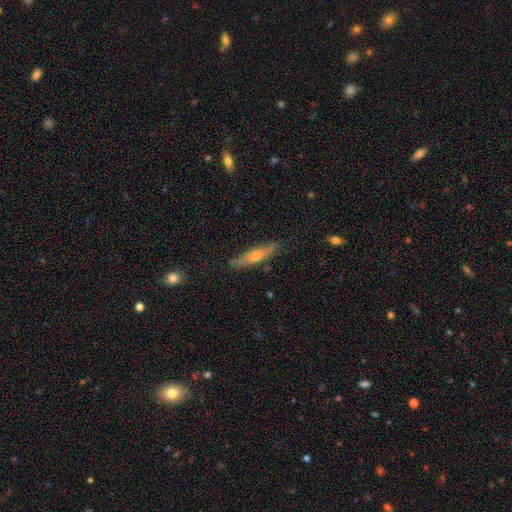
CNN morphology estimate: Overall: featured or disk (49%; smooth 44%). Merging: none (84%).